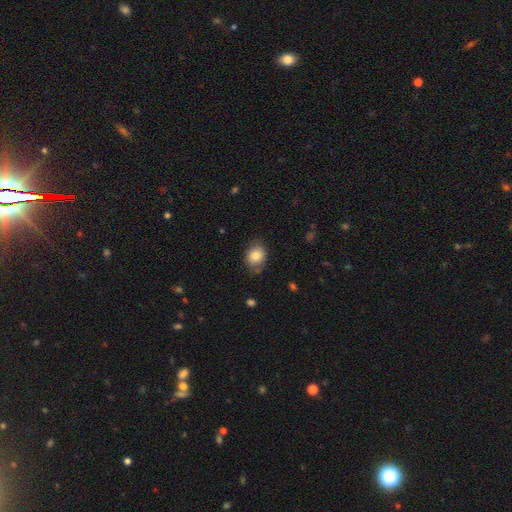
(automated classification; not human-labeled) This is clearly a smooth galaxy (81%). How rounded: possibly in between (56%). Merging: likely none (75%).